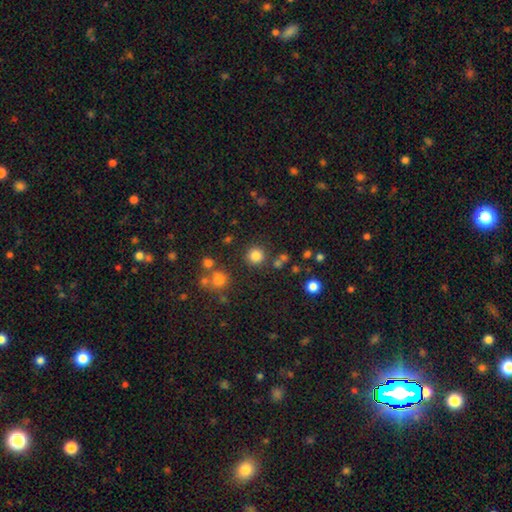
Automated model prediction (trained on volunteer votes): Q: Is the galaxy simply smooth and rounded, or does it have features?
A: smooth — 81%.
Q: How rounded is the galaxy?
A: round — 94%.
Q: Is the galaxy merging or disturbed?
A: none — 85%.